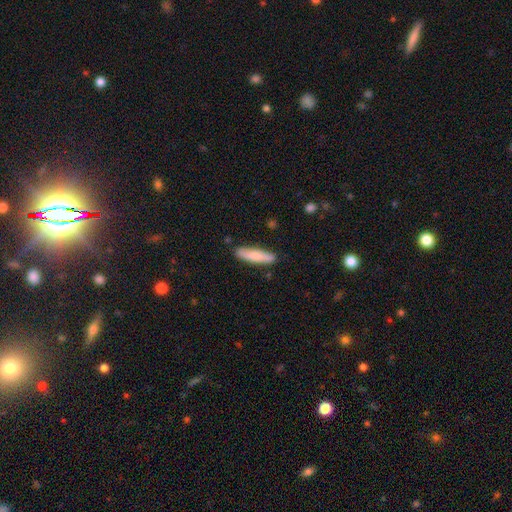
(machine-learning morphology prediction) A smooth galaxy with no disk features (80%) that is cigar-shaped (77%).

Vote fractions:
- Smooth or featured? smooth: 80% / featured or disk: 15% / star or artifact: 5%
- How rounded? cigar-shaped: 77% / in between: 21% / round: 1%
- Merging? none: 85% / minor disturbance: 11% / major disturbance: 2% / merger: 2%